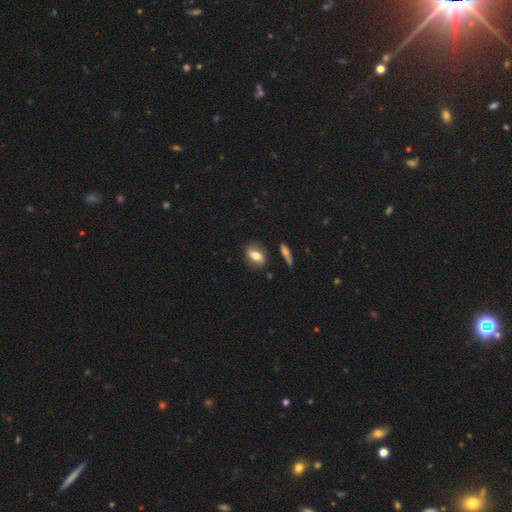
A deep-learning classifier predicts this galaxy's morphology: A smooth galaxy with no disk features (68%) that is in between round and cigar-shaped (74%). Merging: none (75%).